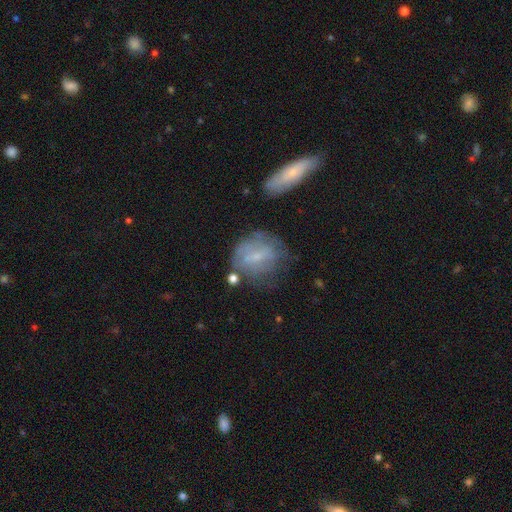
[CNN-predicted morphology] This appears to be a featured or disk galaxy (45%, tied with smooth). Merging: none (53%).